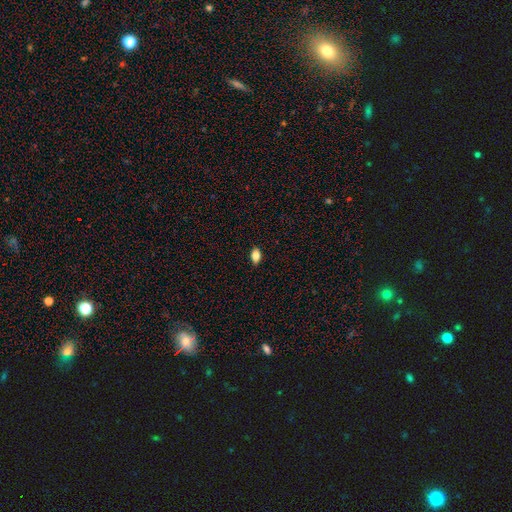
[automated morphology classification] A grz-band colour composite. It shows a smooth galaxy with no disk features (83%) that is in between round and cigar-shaped (88%). Merging: none (88%).